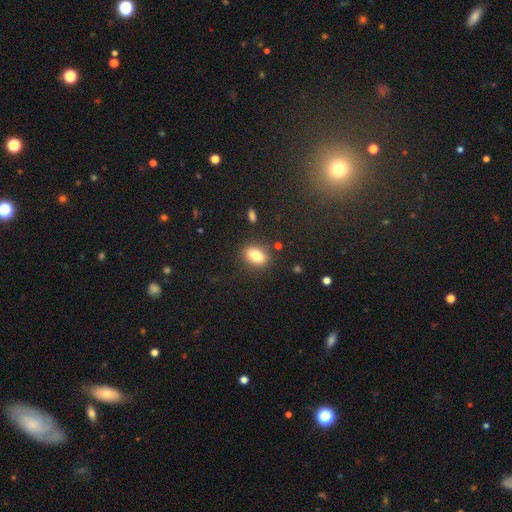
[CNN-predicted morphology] smooth 81%, featured or disk 10%, star or artifact 9%. Down the decision tree: how rounded — in between (80%); merging — none (84%).